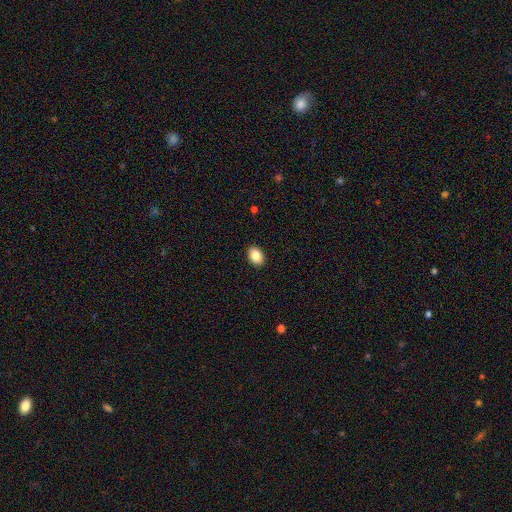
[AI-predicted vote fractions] This is clearly a smooth galaxy (87%). How rounded: clearly in between (83%). Merging: clearly none (91%).